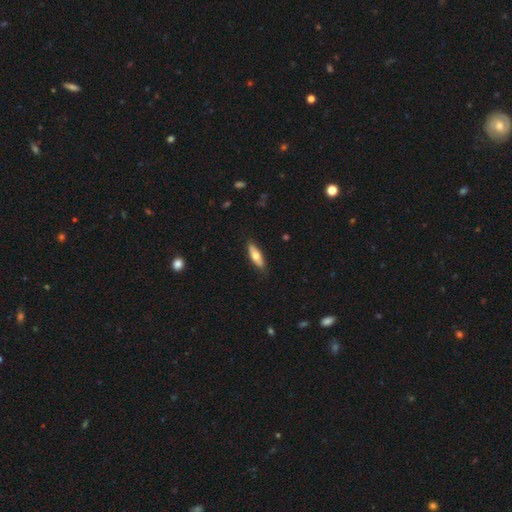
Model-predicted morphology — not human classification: This appears to be a smooth galaxy with no disk features (61%) that is in between round and cigar-shaped (51%). Merging: none (85%).